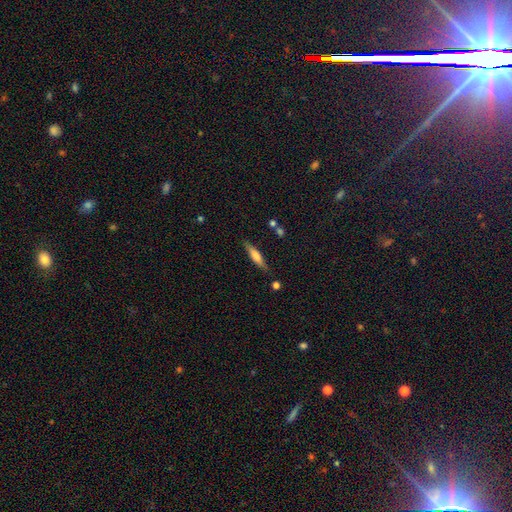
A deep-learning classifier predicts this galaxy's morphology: smooth 54%, featured or disk 40%, star or artifact 7%. Down the decision tree: how rounded — cigar-shaped (80%); merging — none (83%).